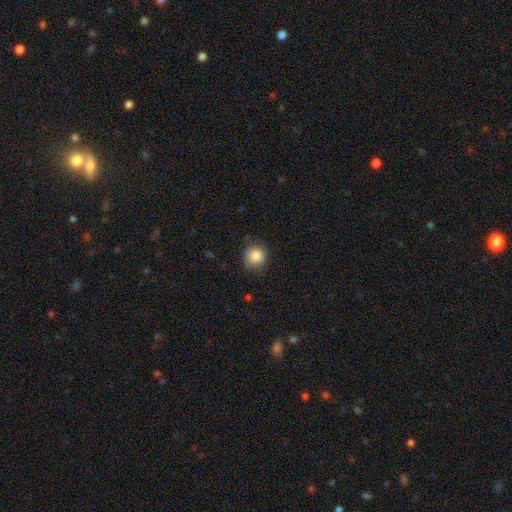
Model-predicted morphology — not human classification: type=smooth (86%); roundness=round (92%); merging=none (83%).